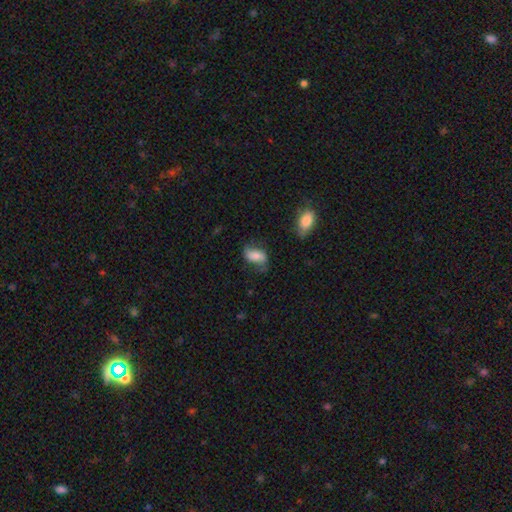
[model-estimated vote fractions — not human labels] Overall: smooth (59%; featured or disk 33%). How rounded: in between (89%). Merging: none (54%; minor disturbance 29%).